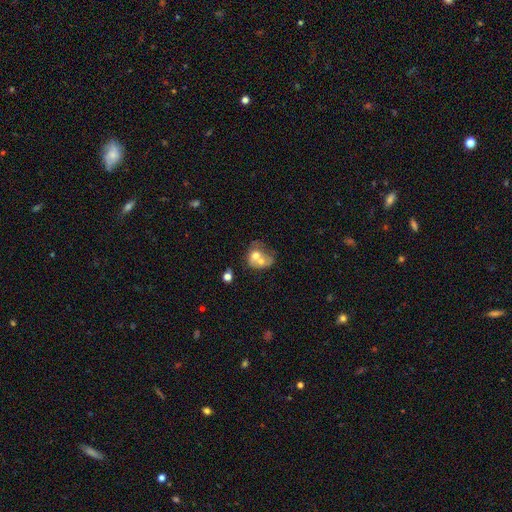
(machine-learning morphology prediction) Q: Smooth or featured?
A: smooth (51%); runner-up: featured or disk (41%)
Q: How rounded?
A: round (50%); runner-up: in between (49%)
Q: Merging?
A: merger (72%); runner-up: none (13%)